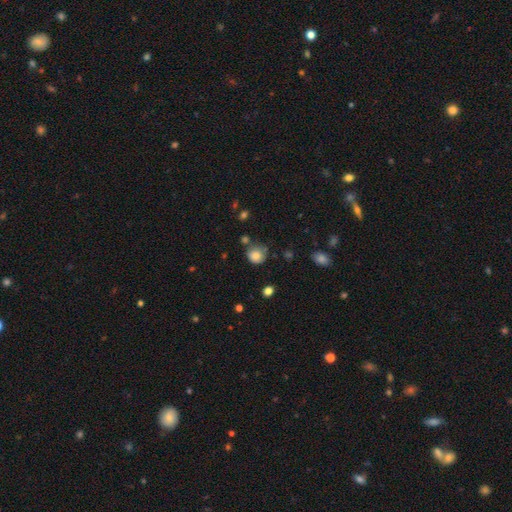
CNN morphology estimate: smooth-or-featured: smooth: 80% | featured or disk: 10% | star or artifact: 10%
  how-rounded: round: 82% | in between: 17% | cigar-shaped: 1%
  merging: none: 62% | minor disturbance: 24% | merger: 7% | major disturbance: 7%